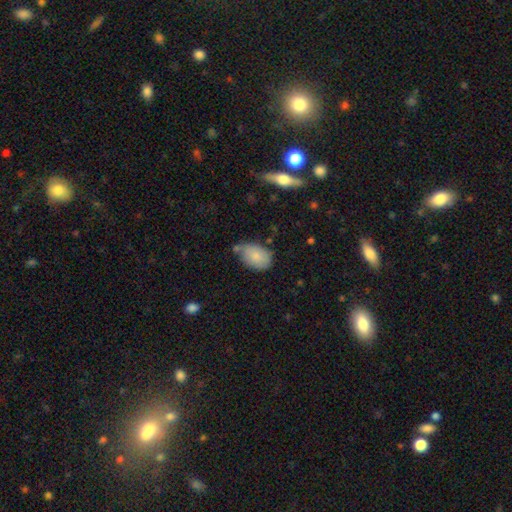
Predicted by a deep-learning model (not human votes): smooth_or_featured: smooth (p=0.80) [alt: featured or disk p=0.13]
how_rounded: in between (p=0.86) [alt: round p=0.12]
merging: none (p=0.55) [alt: minor disturbance p=0.30]